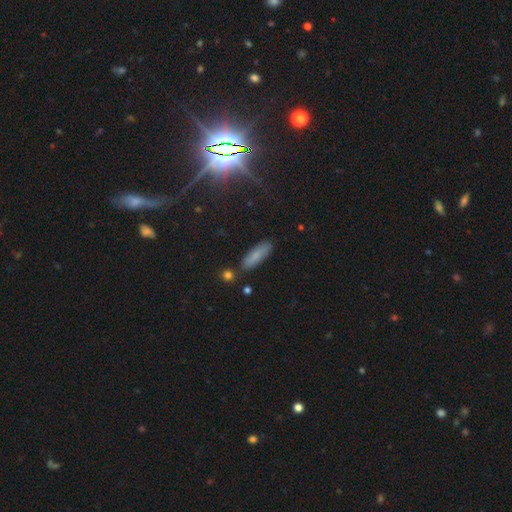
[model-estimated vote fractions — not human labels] This appears to be a smooth galaxy with no disk features (78%) that is cigar-shaped (54%). Merging: none (83%).